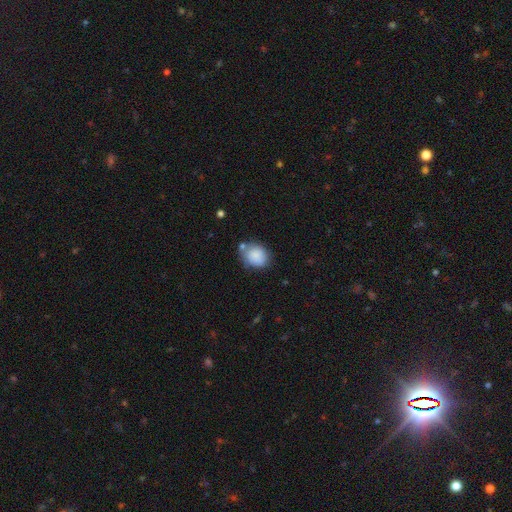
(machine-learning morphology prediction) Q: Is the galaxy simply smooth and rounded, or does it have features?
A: smooth — 84%.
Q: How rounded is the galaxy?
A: round — 53%.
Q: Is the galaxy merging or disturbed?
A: none — 61%.